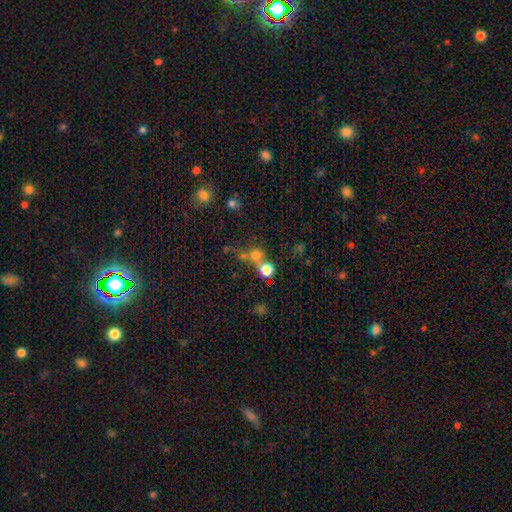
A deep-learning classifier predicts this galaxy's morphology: Smooth or featured: smooth — 68% (star or artifact — 21%)
How rounded: round — 86% (in between — 13%)
Merging: none — 46% (merger — 41%)